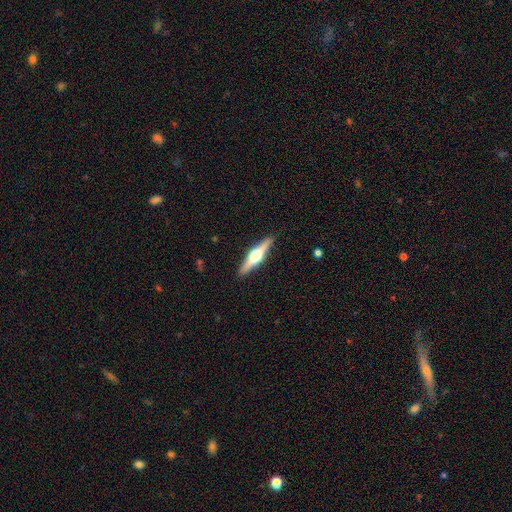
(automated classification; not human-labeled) smooth-or-featured: featured or disk: 71% | smooth: 24% | star or artifact: 5%
  disk-edge-on: yes: 98% | no: 2%
    edge-on-bulge: rounded: 94% | boxy: 4% | none: 2%
  merging: none: 90% | minor disturbance: 7% | major disturbance: 2% | merger: 1%